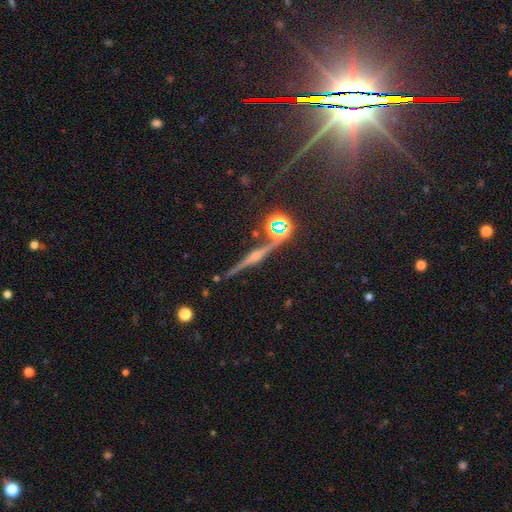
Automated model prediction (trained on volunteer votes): Morphology: type=featured or disk (72%); edge-on=yes (94%); edge-on bulge=rounded (79%); merging=none (77%).